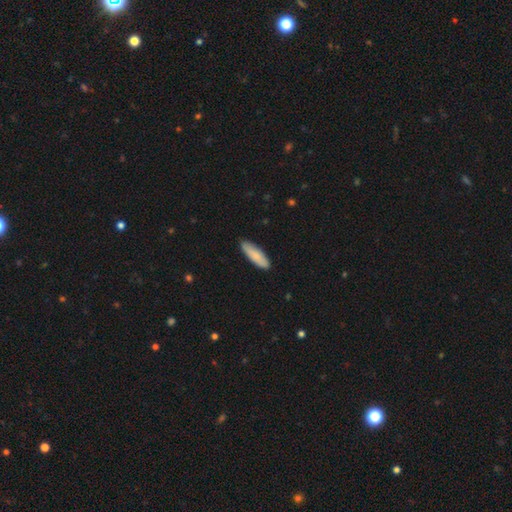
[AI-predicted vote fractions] smooth 82%, featured or disk 13%, star or artifact 5%. Down the decision tree: how rounded — cigar-shaped (53%); merging — none (86%).